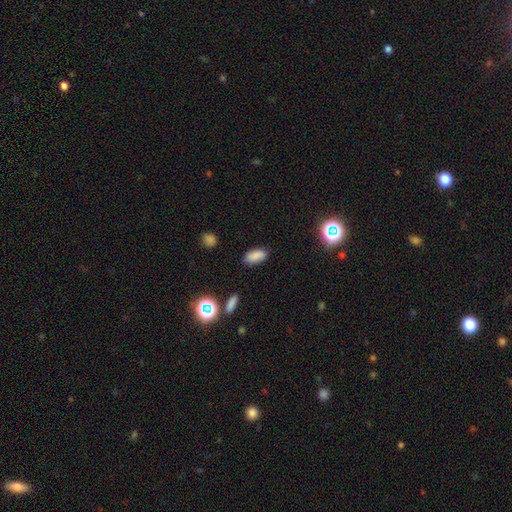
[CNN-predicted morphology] type=smooth (84%); roundness=in between (89%); merging=none (84%).